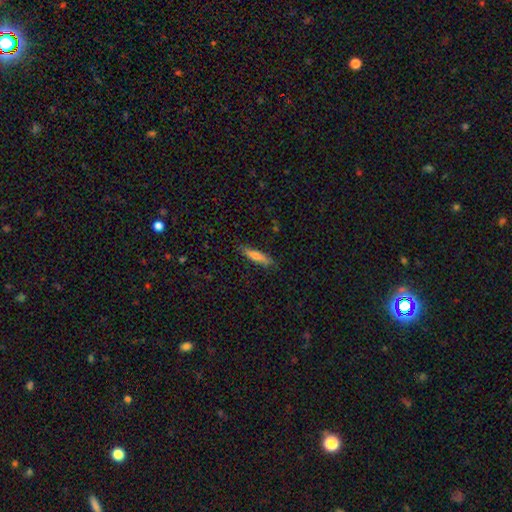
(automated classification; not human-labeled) Q: Smooth or featured?
A: smooth (72%); runner-up: featured or disk (22%)
Q: How rounded?
A: cigar-shaped (79%); runner-up: in between (19%)
Q: Merging?
A: none (82%); runner-up: minor disturbance (14%)